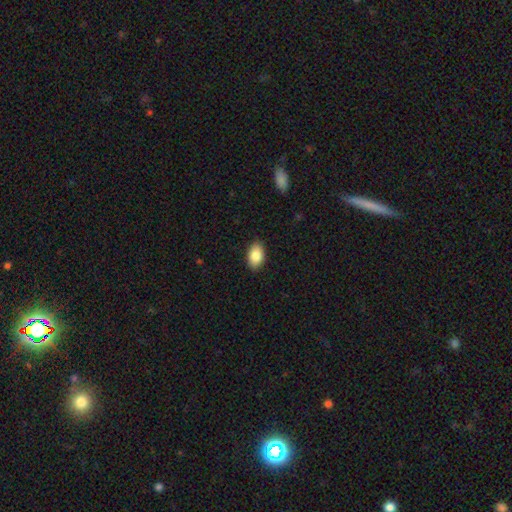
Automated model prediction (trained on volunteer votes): A smooth galaxy with no disk features (86%) that is in between round and cigar-shaped (91%).

Vote fractions:
- Smooth or featured? smooth: 86% / star or artifact: 7% / featured or disk: 7%
- How rounded? in between: 91% / round: 7% / cigar-shaped: 2%
- Merging? none: 88% / minor disturbance: 9% / major disturbance: 2% / merger: 1%